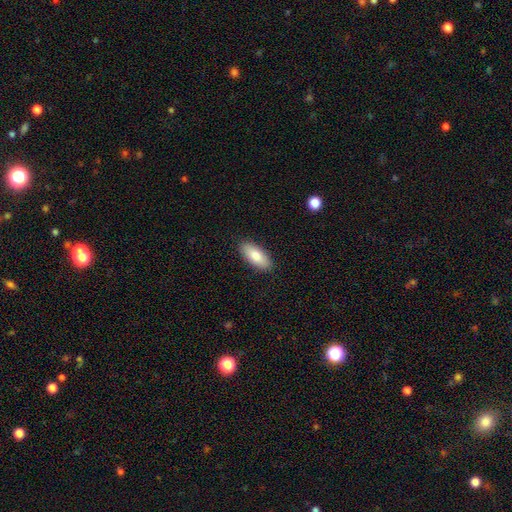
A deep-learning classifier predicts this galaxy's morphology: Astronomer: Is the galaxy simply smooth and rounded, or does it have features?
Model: smooth — 82%.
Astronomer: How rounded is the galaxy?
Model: in between — 85%.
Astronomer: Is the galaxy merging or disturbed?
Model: none — 89%.